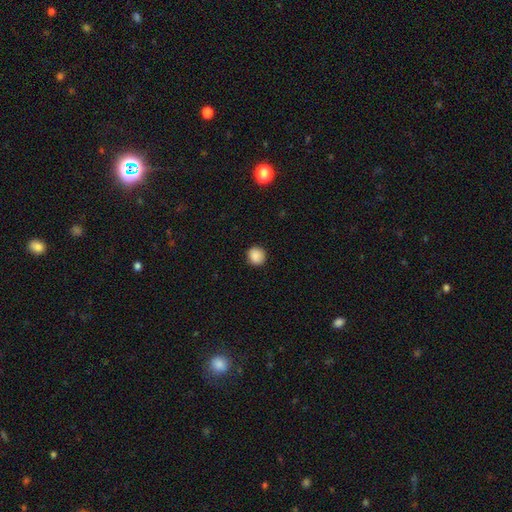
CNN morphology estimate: Q: Smooth or featured?
A: smooth (88%); runner-up: star or artifact (9%)
Q: How rounded?
A: round (92%); runner-up: in between (8%)
Q: Merging?
A: none (91%); runner-up: minor disturbance (6%)